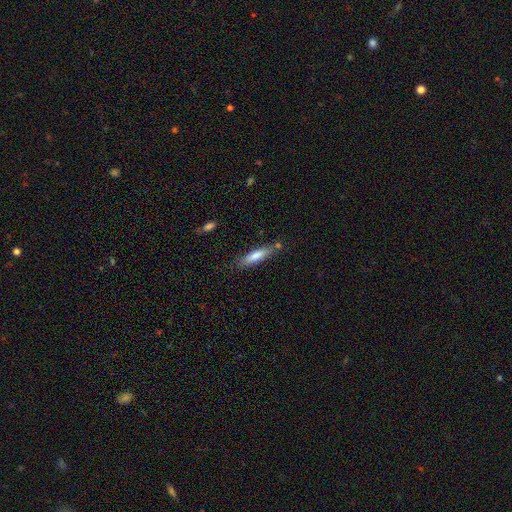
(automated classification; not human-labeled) smooth_or_featured: smooth (p=0.75) [alt: featured or disk p=0.19]
how_rounded: cigar-shaped (p=0.77) [alt: in between p=0.22]
merging: none (p=0.78) [alt: minor disturbance p=0.14]